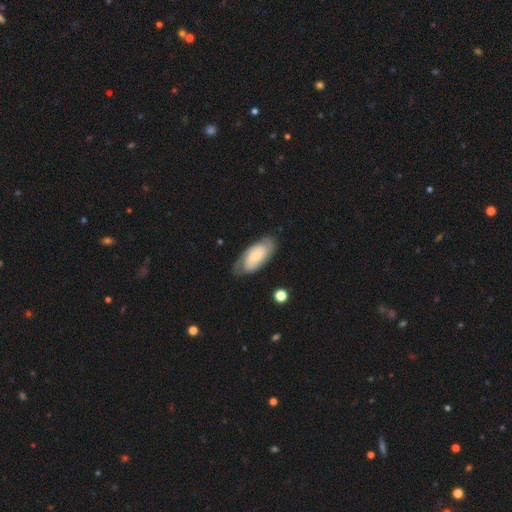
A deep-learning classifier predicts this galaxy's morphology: Overall: featured or disk (47%, tied with smooth). Merging: none (70%).